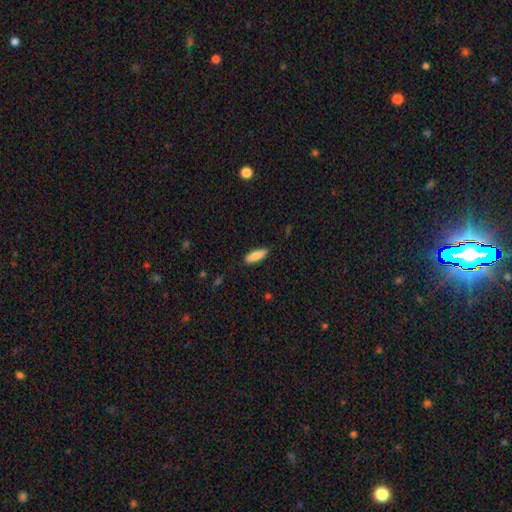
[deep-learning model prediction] Smooth or featured? Predicted: smooth (p=0.81). How rounded? Predicted: in between (p=0.49, tied with cigar-shaped). Merging? Predicted: none (p=0.84).